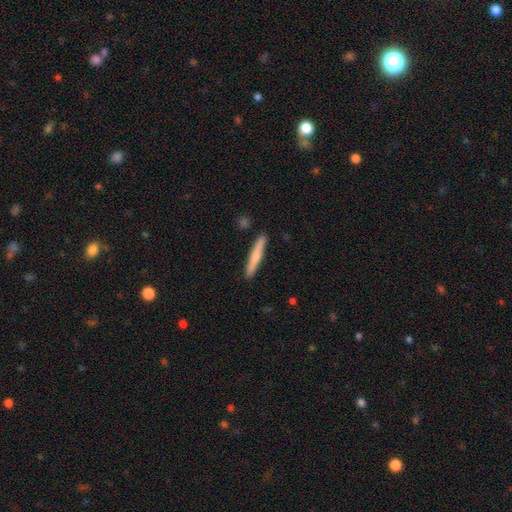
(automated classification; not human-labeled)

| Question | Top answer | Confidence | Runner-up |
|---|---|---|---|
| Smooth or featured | smooth | 63% | featured or disk (32%) |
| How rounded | cigar-shaped | 95% | in between (4%) |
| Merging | none | 90% | minor disturbance (7%) |